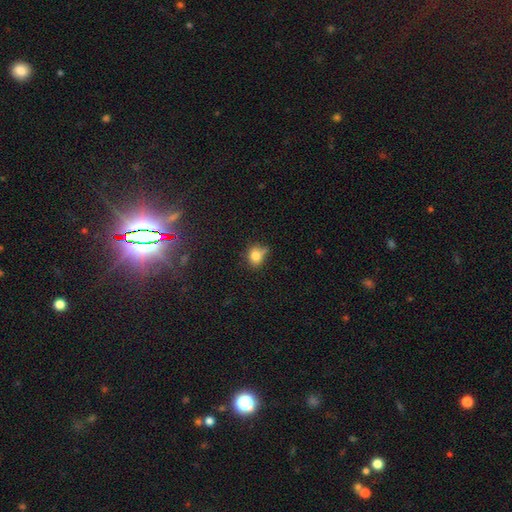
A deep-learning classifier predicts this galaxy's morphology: smooth_or_featured: smooth (p=0.77) [alt: star or artifact p=0.13]
how_rounded: round (p=0.57) [alt: in between p=0.41]
merging: none (p=0.47) [alt: minor disturbance p=0.34]